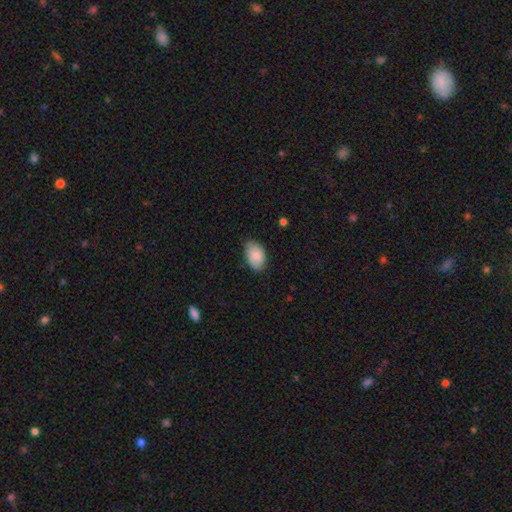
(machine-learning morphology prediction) smooth 84%, featured or disk 10%, star or artifact 6%. Down the decision tree: how rounded — in between (91%); merging — none (77%).